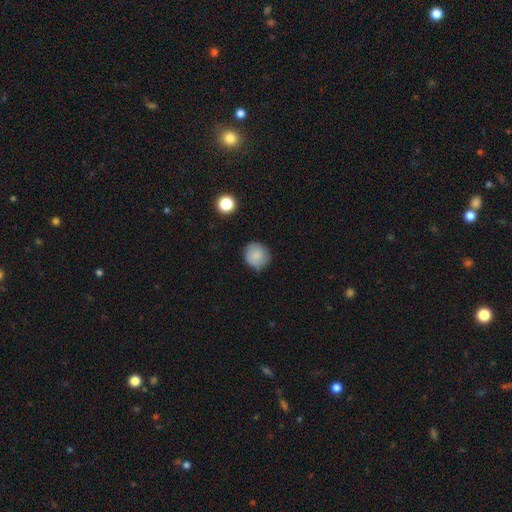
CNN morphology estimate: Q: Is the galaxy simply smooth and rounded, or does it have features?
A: smooth — 85%.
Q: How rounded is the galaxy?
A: round — 89%.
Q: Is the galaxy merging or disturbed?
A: none — 82%.